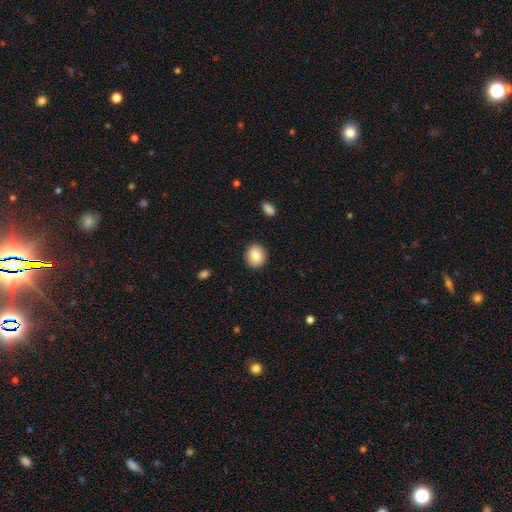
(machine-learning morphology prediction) Smooth or featured? Predicted: smooth (p=0.84). How rounded? Predicted: round (p=0.81). Merging? Predicted: none (p=0.91).